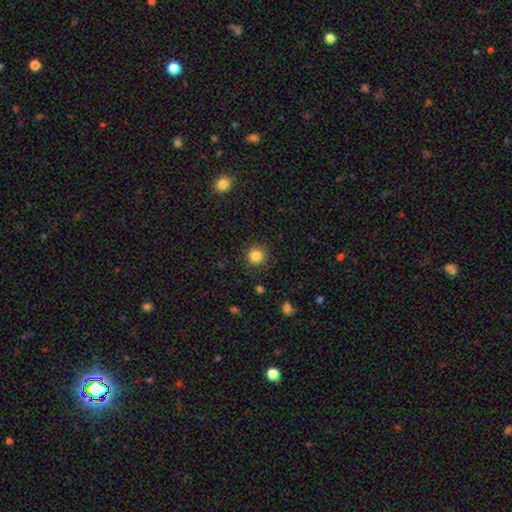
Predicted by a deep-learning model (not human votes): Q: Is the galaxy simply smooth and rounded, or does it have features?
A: smooth — 84%.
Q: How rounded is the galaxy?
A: round — 94%.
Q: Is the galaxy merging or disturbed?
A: none — 88%.